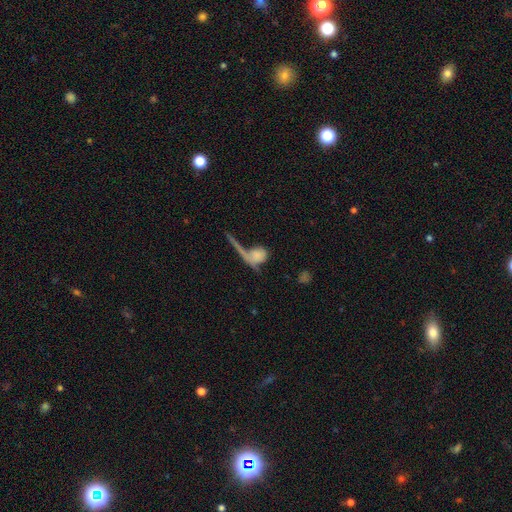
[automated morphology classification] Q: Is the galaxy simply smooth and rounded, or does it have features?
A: smooth — 63%.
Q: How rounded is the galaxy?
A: round — 56%.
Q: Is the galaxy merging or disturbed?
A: merger — 32%.